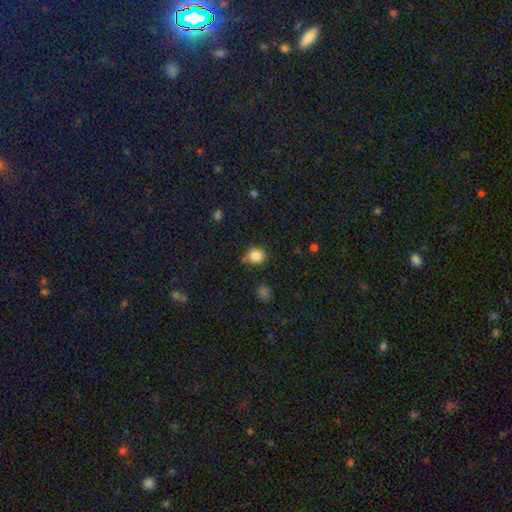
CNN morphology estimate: Smooth or featured? Predicted: smooth (p=0.84). How rounded? Predicted: round (p=0.78). Merging? Predicted: none (p=0.74).